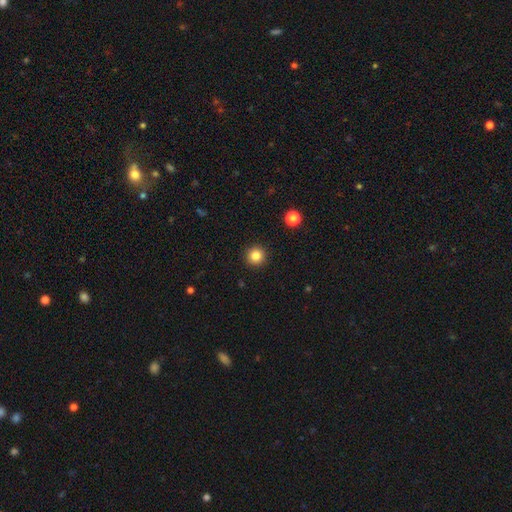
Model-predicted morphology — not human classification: smooth_or_featured: smooth (p=0.84) [alt: star or artifact p=0.11]
how_rounded: round (p=0.96) [alt: in between p=0.03]
merging: none (p=0.93) [alt: minor disturbance p=0.04]